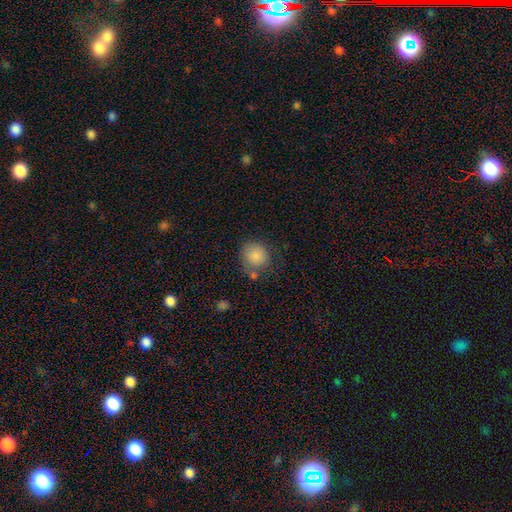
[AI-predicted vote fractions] Overall: smooth (85%). How rounded: round (88%). Merging: none (68%).